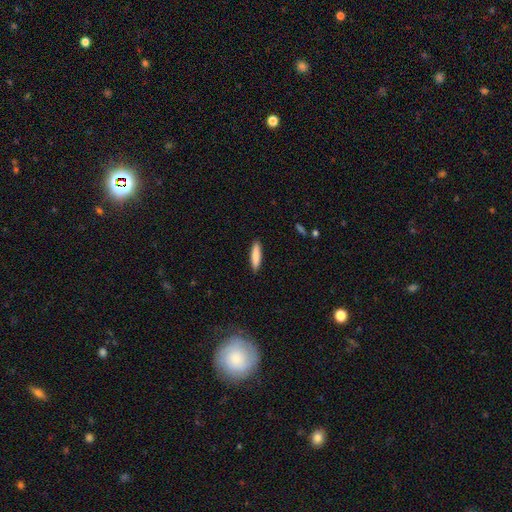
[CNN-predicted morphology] Smooth or featured: smooth — 85% (featured or disk — 9%)
How rounded: cigar-shaped — 79% (in between — 20%)
Merging: none — 90% (minor disturbance — 8%)